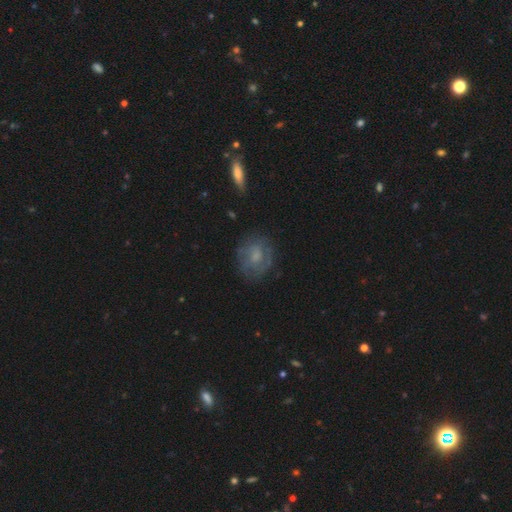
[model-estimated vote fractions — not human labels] smooth-or-featured: featured or disk: 51% | smooth: 40% | star or artifact: 9%
  disk-edge-on: no: 96% | yes: 4%
  merging: none: 72% | minor disturbance: 18% | major disturbance: 8% | merger: 2%